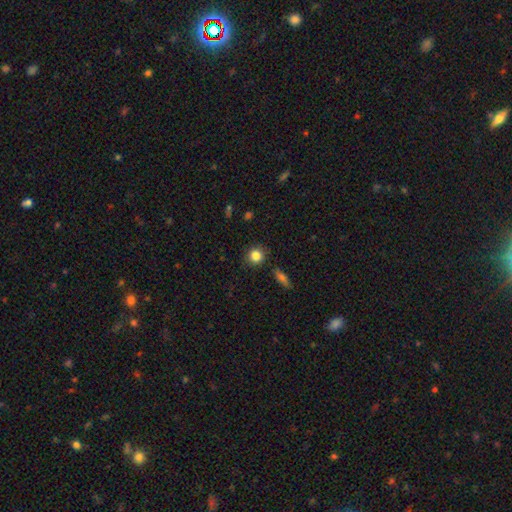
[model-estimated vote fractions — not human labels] A smooth galaxy with no disk features (83%) that is round (88%).

Vote fractions:
- Smooth or featured? smooth: 83% / star or artifact: 10% / featured or disk: 6%
- How rounded? round: 88% / in between: 10% / cigar-shaped: 1%
- Merging? none: 87% / minor disturbance: 9% / major disturbance: 2% / merger: 2%